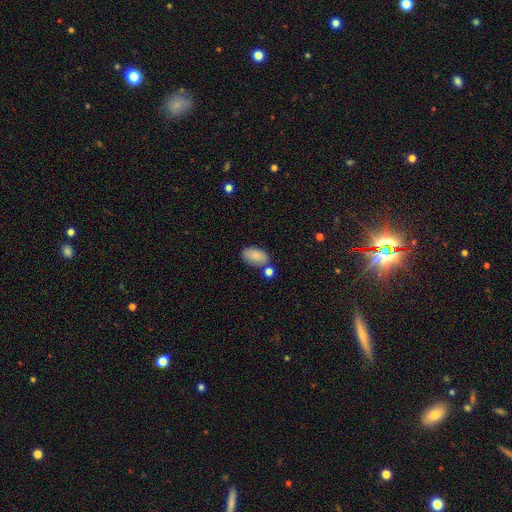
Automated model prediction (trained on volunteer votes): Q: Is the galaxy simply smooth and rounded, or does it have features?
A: smooth — 84%.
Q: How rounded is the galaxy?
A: in between — 93%.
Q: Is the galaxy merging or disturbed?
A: none — 68%.